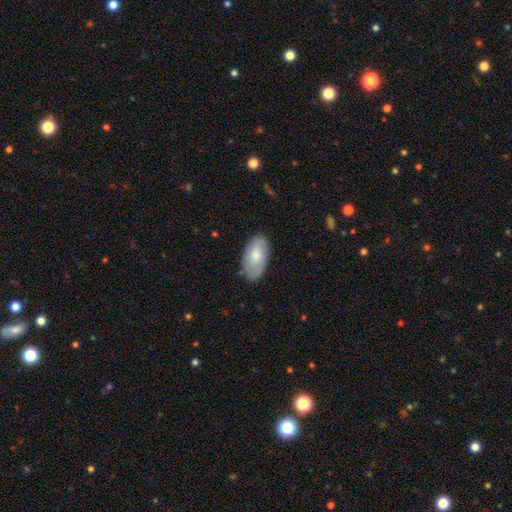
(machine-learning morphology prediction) Smooth or featured? Predicted: smooth (p=0.74). How rounded? Predicted: in between (p=0.95). Merging? Predicted: none (p=0.82).